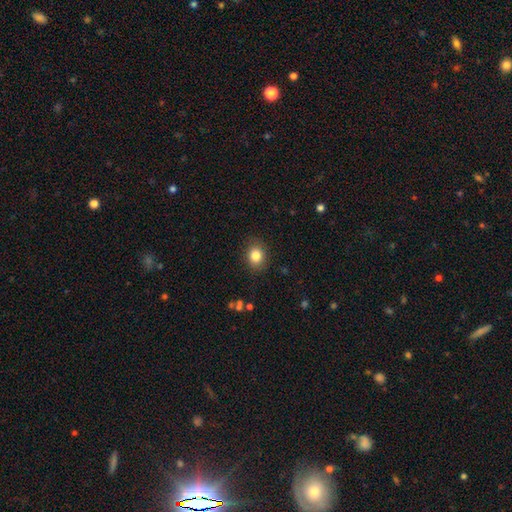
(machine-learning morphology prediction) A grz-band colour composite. It shows a smooth galaxy with no disk features (83%) that is round (58%). Merging: none (87%).